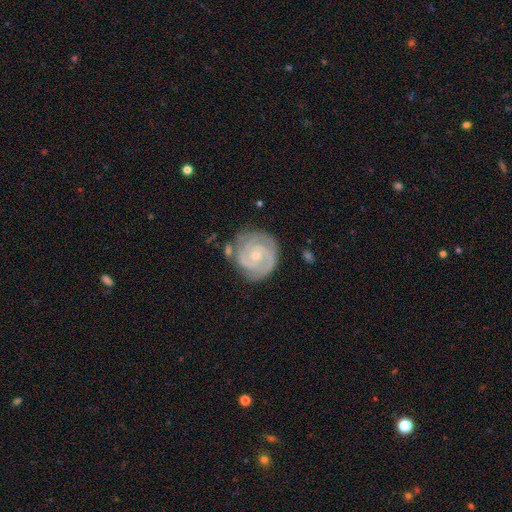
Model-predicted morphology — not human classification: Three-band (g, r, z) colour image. It shows a featured or disk galaxy (88%) with no bar (71%), 2 (55%) tight (78%) spiral arms (97%) and a small central bulge (69%). Merging: none (74%).